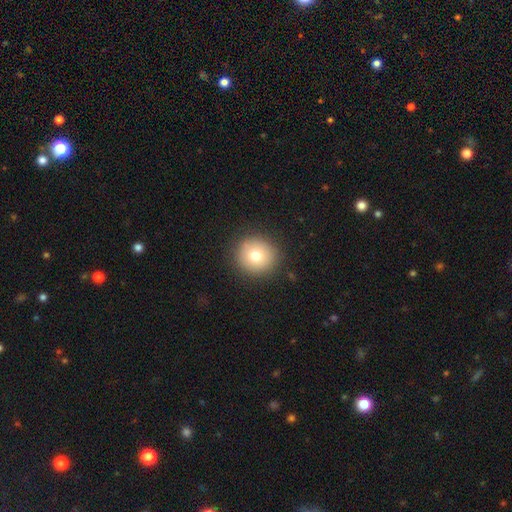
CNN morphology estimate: type=smooth (76%); roundness=round (92%); merging=none (89%).